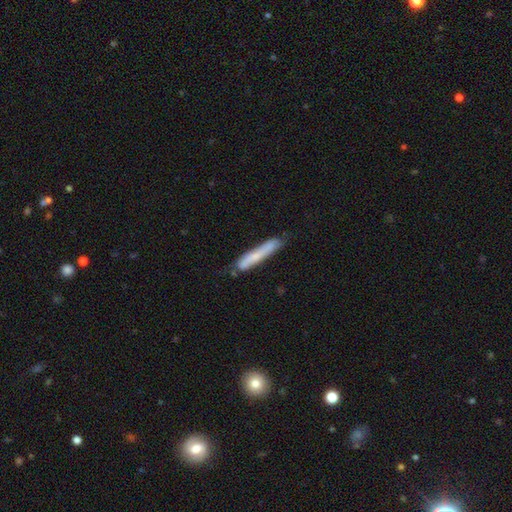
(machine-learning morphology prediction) smooth-or-featured: smooth: 61% | featured or disk: 32% | star or artifact: 7%
  how-rounded: cigar-shaped: 94% | in between: 5% | round: 1%
  merging: none: 69% | minor disturbance: 23% | major disturbance: 5% | merger: 4%